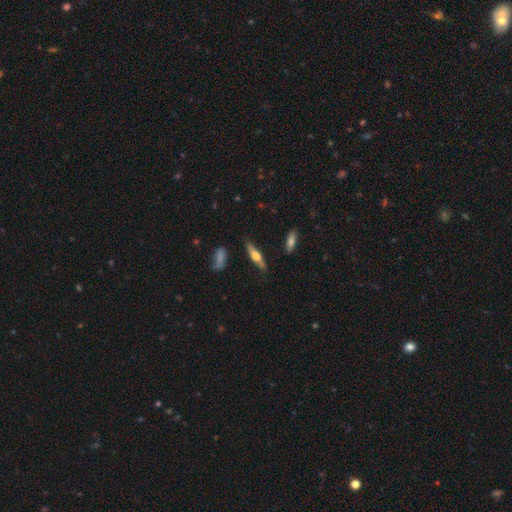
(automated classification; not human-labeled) Smooth or featured: featured or disk — 56% (smooth — 38%)
Edge-on disk: yes — 94% (no — 6%)
Edge-on bulge: rounded — 91% (boxy — 5%)
Merging: none — 85% (minor disturbance — 11%)